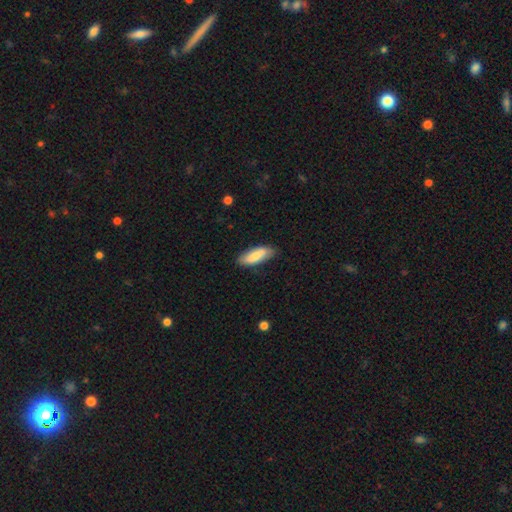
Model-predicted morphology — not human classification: Smooth or featured?
  - smooth: 80% *
  - featured or disk: 14%
  - star or artifact: 6%
How rounded?
  - in between: 64% *
  - cigar-shaped: 34%
  - round: 2%
Merging?
  - none: 80% *
  - minor disturbance: 16%
  - major disturbance: 3%
  - merger: 1%